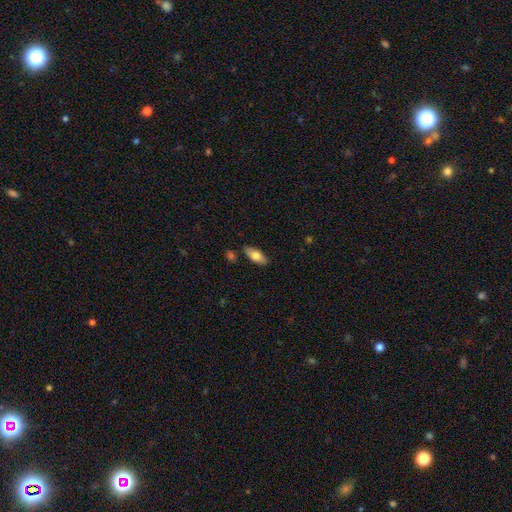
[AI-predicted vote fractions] smooth 69%, featured or disk 25%, star or artifact 6%. Down the decision tree: how rounded — in between (83%); merging — none (83%).